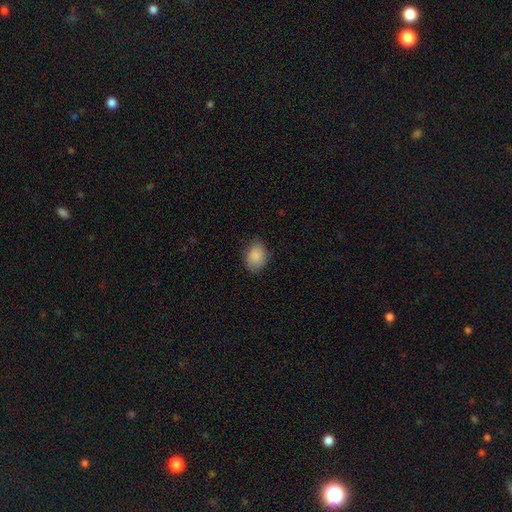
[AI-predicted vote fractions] This appears to be a smooth galaxy with no disk features (88%) that is in between round and cigar-shaped (68%). Merging: none (78%).